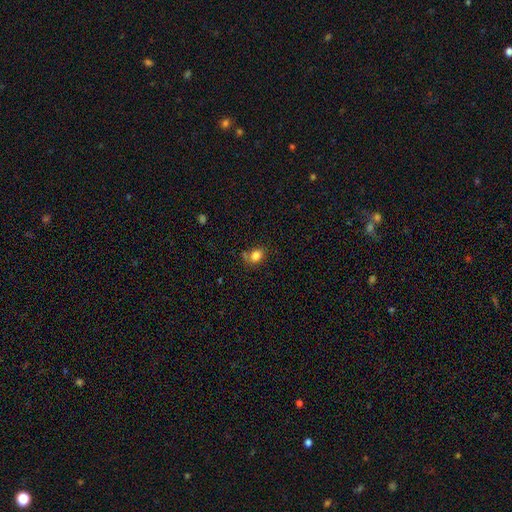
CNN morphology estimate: smooth_or_featured: smooth (p=0.83) [alt: star or artifact p=0.11]
how_rounded: in between (p=0.60) [alt: round p=0.39]
merging: none (p=0.63) [alt: minor disturbance p=0.22]